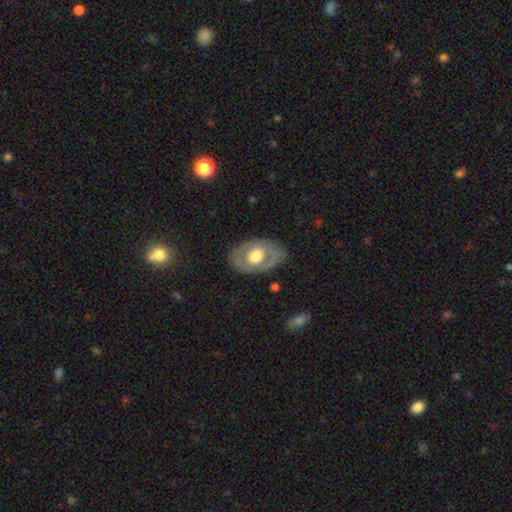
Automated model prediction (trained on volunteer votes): Q: Smooth or featured?
A: featured or disk (51%); runner-up: smooth (43%)
Q: Edge-on disk?
A: no (90%); runner-up: yes (10%)
Q: Merging?
A: none (78%); runner-up: minor disturbance (15%)